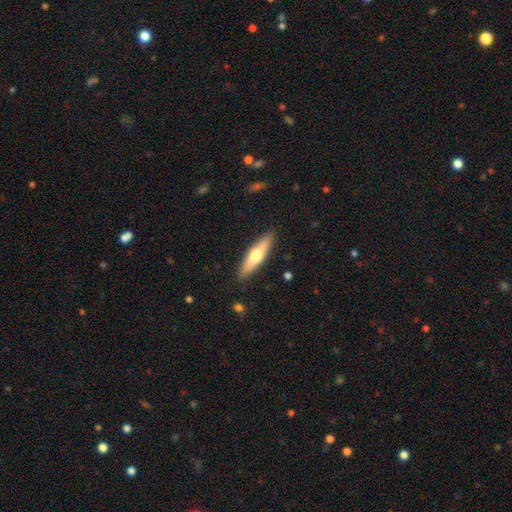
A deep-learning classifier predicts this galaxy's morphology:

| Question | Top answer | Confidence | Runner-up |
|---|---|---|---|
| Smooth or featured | smooth | 55% | featured or disk (40%) |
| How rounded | cigar-shaped | 72% | in between (27%) |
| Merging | none | 89% | minor disturbance (8%) |